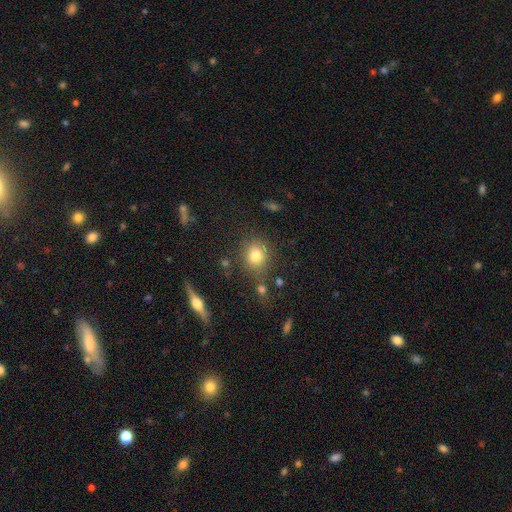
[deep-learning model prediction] Smooth or featured?
  - smooth: 78% *
  - star or artifact: 12%
  - featured or disk: 9%
How rounded?
  - round: 77% *
  - in between: 22%
  - cigar-shaped: 1%
Merging?
  - none: 75% *
  - minor disturbance: 14%
  - merger: 7%
  - major disturbance: 5%